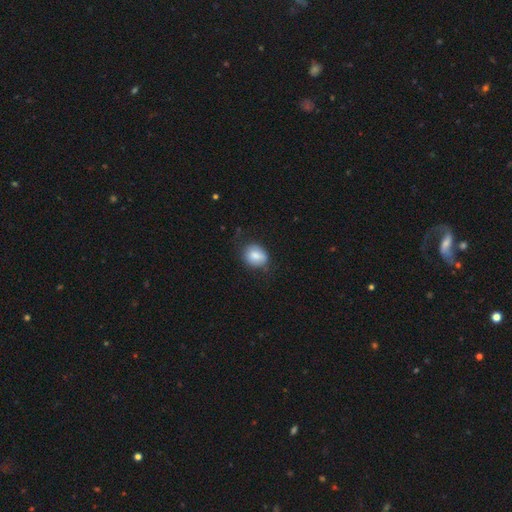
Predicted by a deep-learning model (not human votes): Morphology: type=smooth (82%); roundness=round (56%); merging=none (67%).